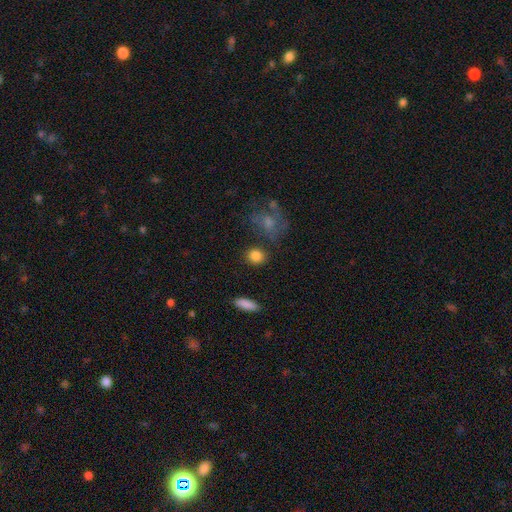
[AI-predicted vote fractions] Overall: smooth (86%). How rounded: round (77%). Merging: none (83%).